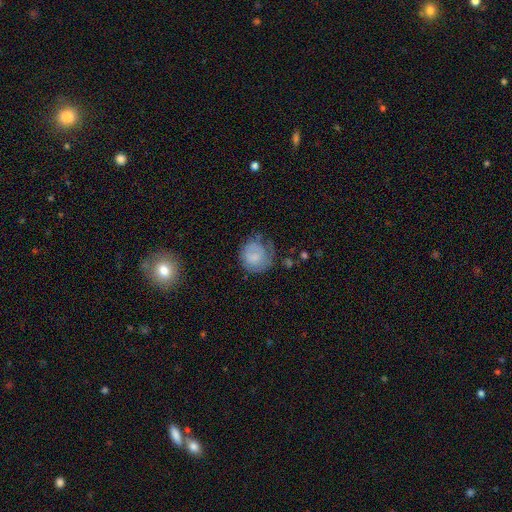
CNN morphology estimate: The model was most divided on "merging": none: 49%, minor disturbance: 30%, major disturbance: 18%, merger: 2%. More confident: how rounded — round (83%); smooth or featured — smooth (66%).